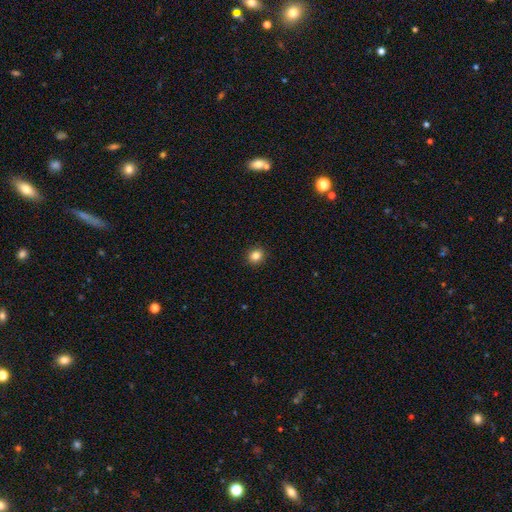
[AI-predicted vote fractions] Smooth or featured? smooth (84%)
How rounded? round (84%)
Merging? none (92%)